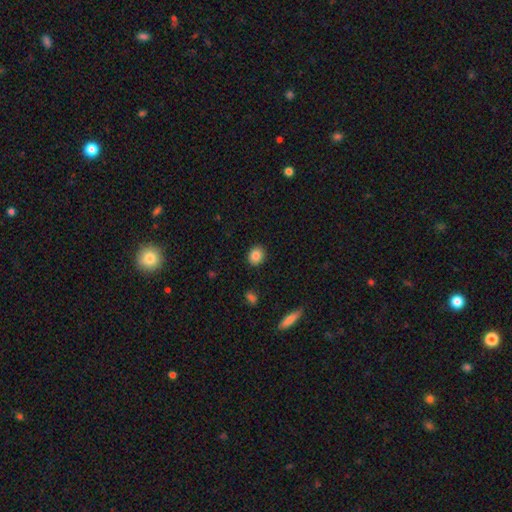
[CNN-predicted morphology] smooth_or_featured: smooth (p=0.86) [alt: star or artifact p=0.09]
how_rounded: round (p=0.64) [alt: in between p=0.35]
merging: none (p=0.90) [alt: minor disturbance p=0.07]